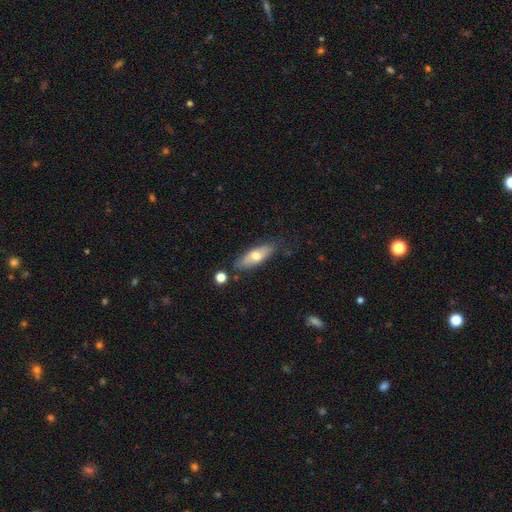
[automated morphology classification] Smooth or featured?
  - smooth: 63% *
  - featured or disk: 31%
  - star or artifact: 6%
How rounded?
  - in between: 62% *
  - cigar-shaped: 36%
  - round: 3%
Merging?
  - none: 74% *
  - minor disturbance: 18%
  - merger: 5%
  - major disturbance: 4%